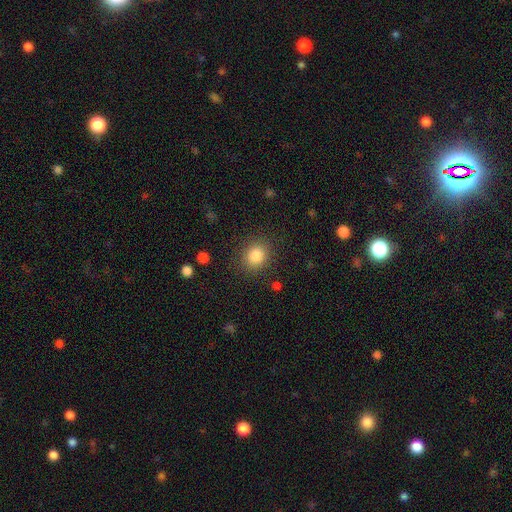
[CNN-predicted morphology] This appears to be a smooth galaxy with no disk features (85%) that is round (69%). Merging: none (86%).